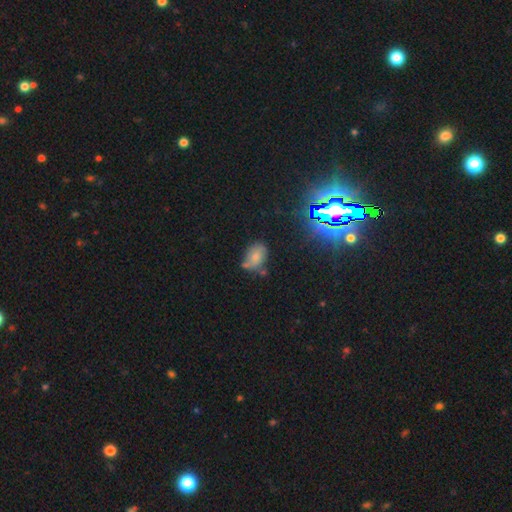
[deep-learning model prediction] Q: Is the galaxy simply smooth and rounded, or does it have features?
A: smooth — 52%.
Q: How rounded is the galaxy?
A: in between — 82%.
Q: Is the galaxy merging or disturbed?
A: none — 56%.